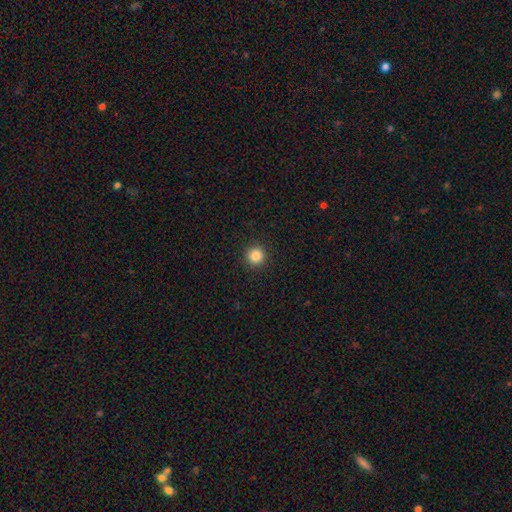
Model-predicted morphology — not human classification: Smooth or featured? smooth (85%)
How rounded? round (96%)
Merging? none (93%)